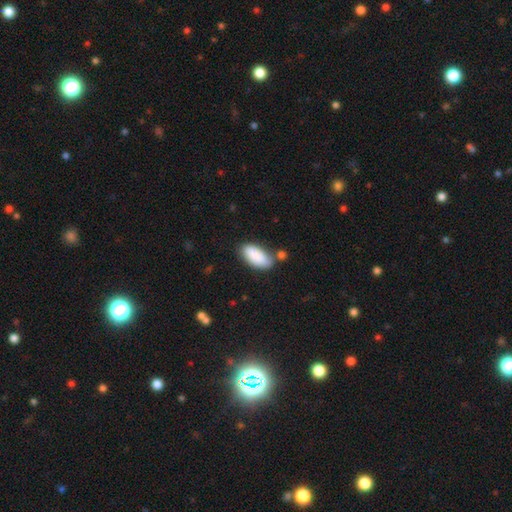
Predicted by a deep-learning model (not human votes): smooth-or-featured: smooth: 87% | featured or disk: 7% | star or artifact: 6%
  how-rounded: in between: 90% | cigar-shaped: 8% | round: 2%
  merging: none: 63% | minor disturbance: 19% | merger: 13% | major disturbance: 5%